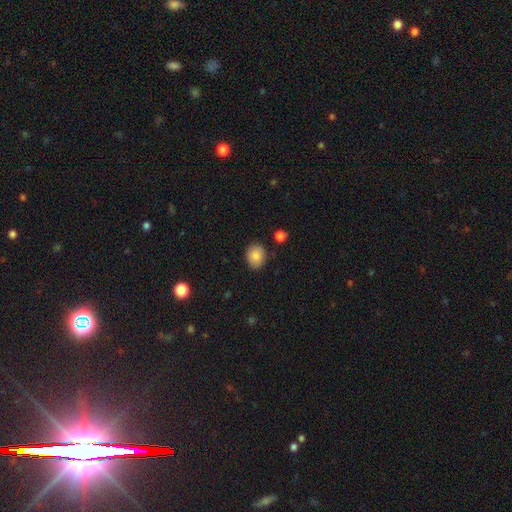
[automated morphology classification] This appears to be a smooth galaxy with no disk features (86%) that is in between round and cigar-shaped (50%). Merging: none (86%).